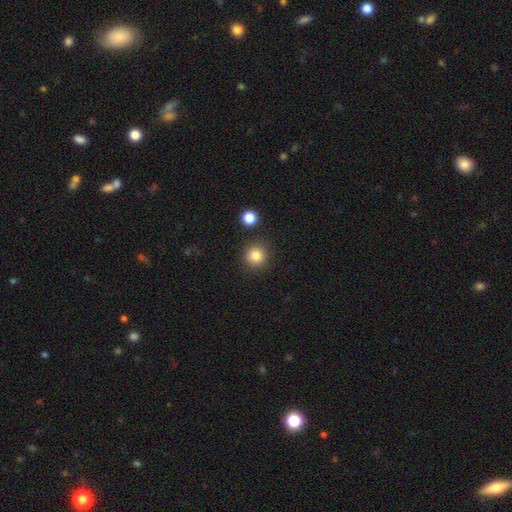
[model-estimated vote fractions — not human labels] Smooth or featured? smooth (83%)
How rounded? round (93%)
Merging? none (88%)